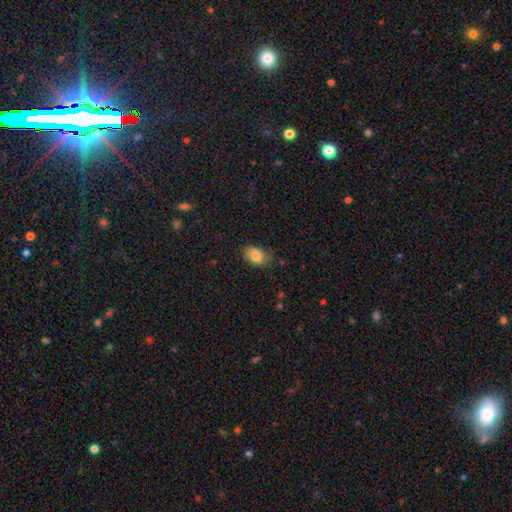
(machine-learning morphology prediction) The model was most divided on "merging": none: 67%, minor disturbance: 26%, major disturbance: 6%, merger: 1%. More confident: how rounded — in between (82%); smooth or featured — smooth (80%).